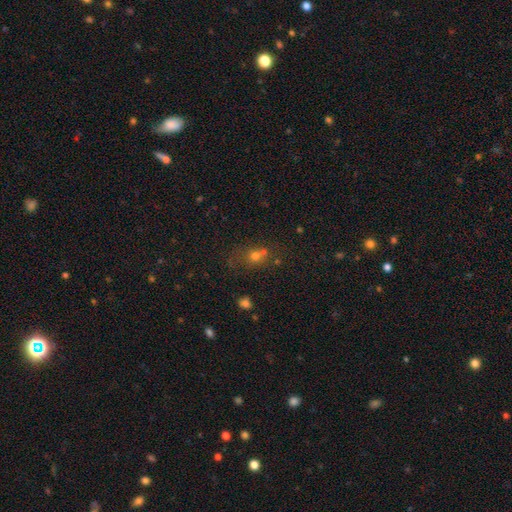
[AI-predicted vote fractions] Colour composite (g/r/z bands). It shows a smooth galaxy with no disk features (59%) that is round (63%). Merging: none (49%).